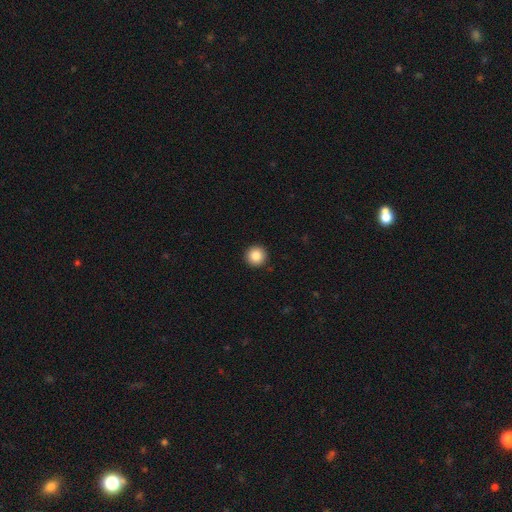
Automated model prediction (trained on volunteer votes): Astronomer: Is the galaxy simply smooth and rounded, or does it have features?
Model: smooth — 86%.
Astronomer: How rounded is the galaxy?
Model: round — 96%.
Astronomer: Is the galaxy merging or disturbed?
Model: none — 93%.